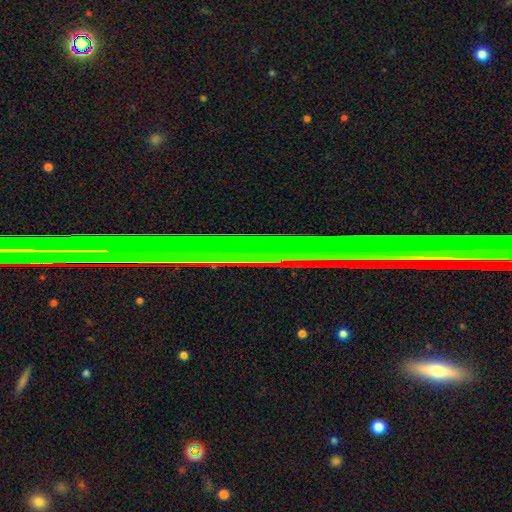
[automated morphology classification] smooth_or_featured: star or artifact (p=0.64) [alt: featured or disk p=0.24]